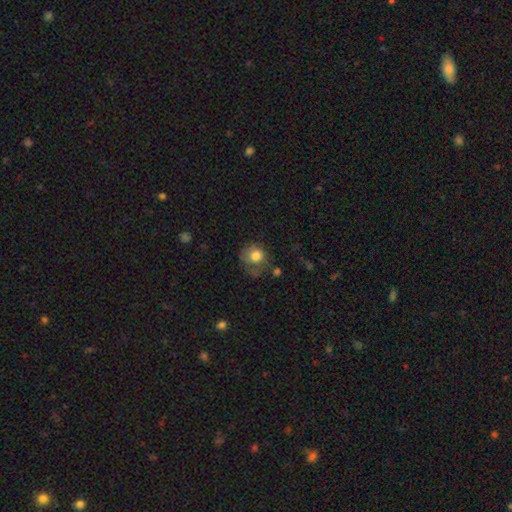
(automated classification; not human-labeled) The model was most divided on "merging": none: 39%, minor disturbance: 29%, major disturbance: 28%, merger: 4%. More confident: smooth or featured — smooth (75%); how rounded — round (72%).